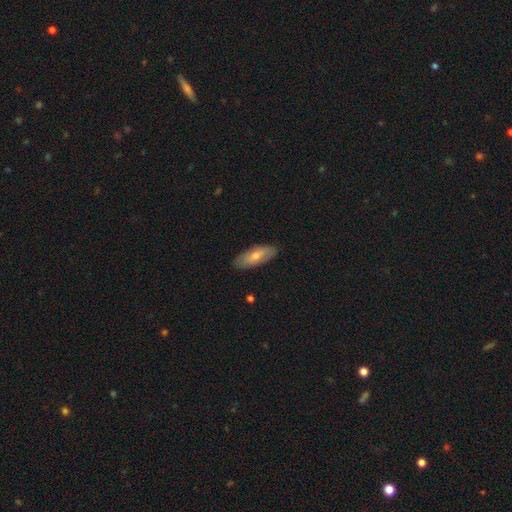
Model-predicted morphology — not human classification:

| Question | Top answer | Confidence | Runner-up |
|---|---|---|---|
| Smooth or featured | smooth | 63% | featured or disk (31%) |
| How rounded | in between | 68% | cigar-shaped (29%) |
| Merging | none | 88% | minor disturbance (9%) |